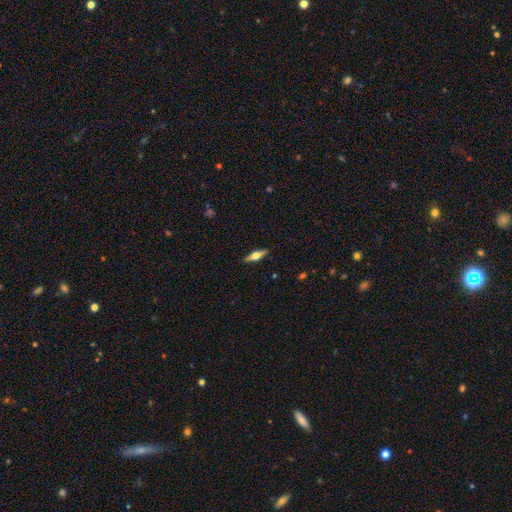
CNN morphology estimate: smooth-or-featured: featured or disk: 59% | smooth: 35% | star or artifact: 6%
  disk-edge-on: yes: 95% | no: 5%
    edge-on-bulge: rounded: 94% | boxy: 4% | none: 2%
  merging: none: 90% | minor disturbance: 7% | major disturbance: 2% | merger: 1%